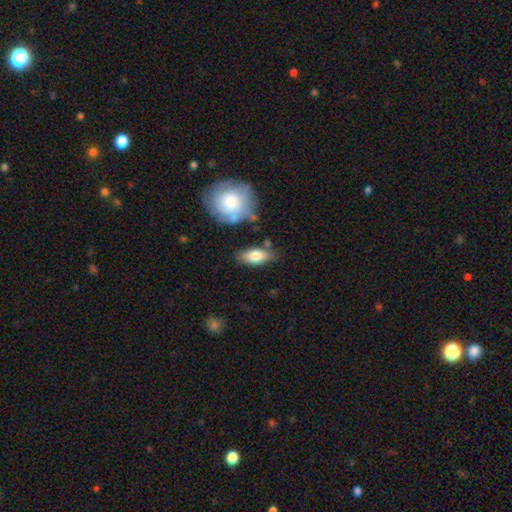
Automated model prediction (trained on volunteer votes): A smooth galaxy with no disk features (76%) that is in between round and cigar-shaped (83%). Merging: none (74%).